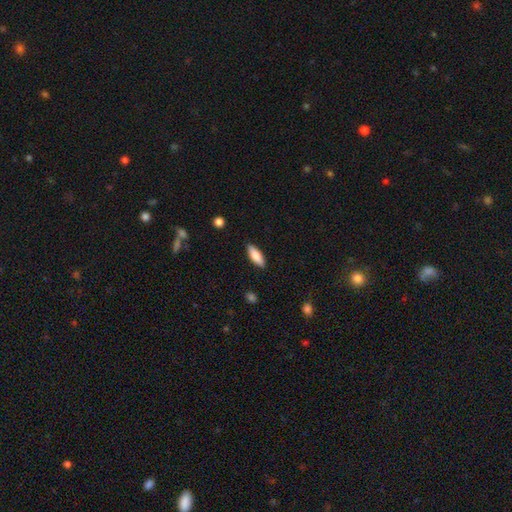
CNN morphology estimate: A smooth galaxy with no disk features (82%) that is in between round and cigar-shaped (65%). Merging: none (88%).